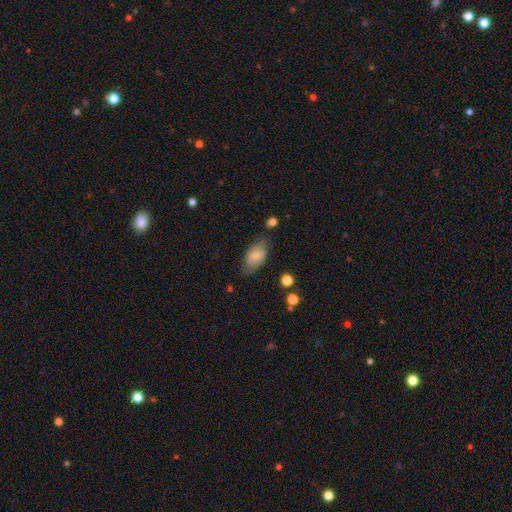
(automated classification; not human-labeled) smooth_or_featured: smooth (p=0.76) [alt: featured or disk p=0.17]
how_rounded: in between (p=0.92) [alt: round p=0.05]
merging: none (p=0.69) [alt: minor disturbance p=0.22]